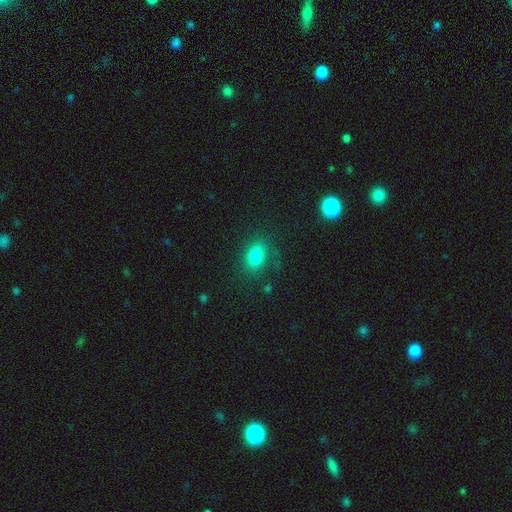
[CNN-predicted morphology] A smooth galaxy with no disk features (78%) that is in between round and cigar-shaped (73%).

Vote fractions:
- Smooth or featured? smooth: 78% / star or artifact: 12% / featured or disk: 10%
- How rounded? in between: 73% / round: 25% / cigar-shaped: 2%
- Merging? none: 69% / minor disturbance: 18% / major disturbance: 10% / merger: 3%